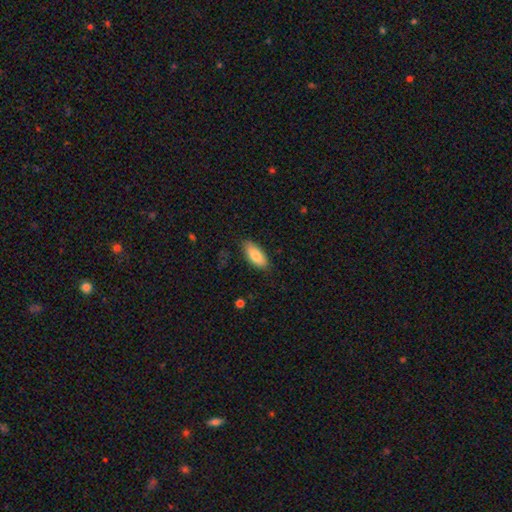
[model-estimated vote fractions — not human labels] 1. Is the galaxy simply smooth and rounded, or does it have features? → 81% smooth, 13% featured or disk, 6% star or artifact.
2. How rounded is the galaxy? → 85% in between, 13% cigar-shaped, 2% round.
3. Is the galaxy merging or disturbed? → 82% none, 14% minor disturbance, 3% major disturbance, 1% merger.